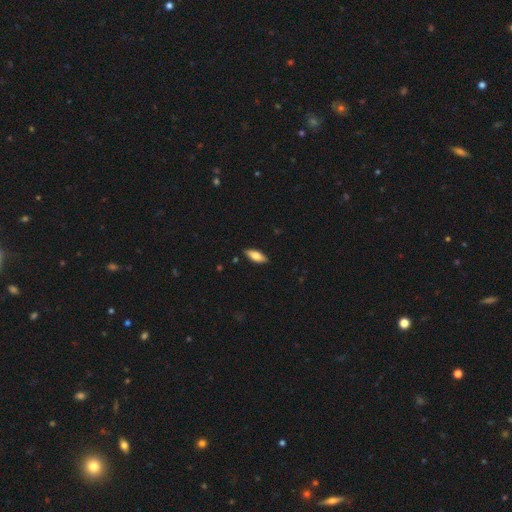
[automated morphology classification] smooth 73%, featured or disk 21%, star or artifact 6%. Down the decision tree: how rounded — in between (77%); merging — none (88%).